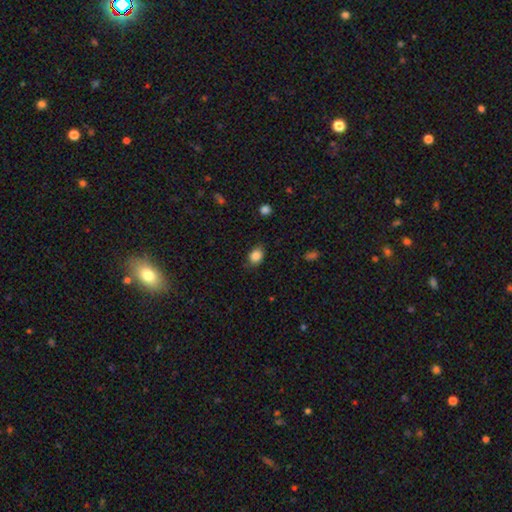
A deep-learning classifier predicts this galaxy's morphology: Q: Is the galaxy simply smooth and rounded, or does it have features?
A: smooth — 86%.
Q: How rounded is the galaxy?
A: in between — 67%.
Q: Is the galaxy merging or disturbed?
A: none — 78%.